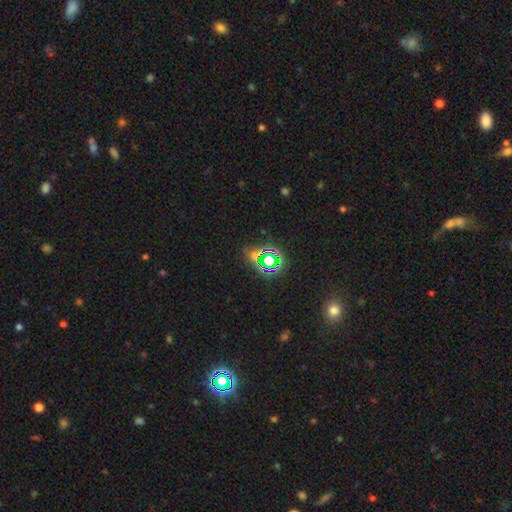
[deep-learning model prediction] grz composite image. It shows a star or artifact, not a galaxy (65%).